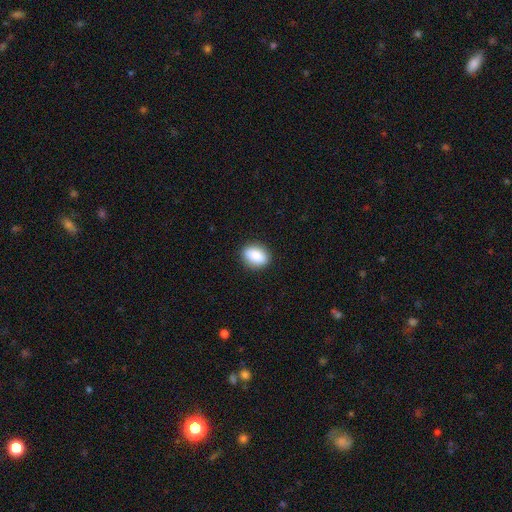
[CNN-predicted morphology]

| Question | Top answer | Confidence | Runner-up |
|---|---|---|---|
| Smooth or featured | smooth | 87% | star or artifact (7%) |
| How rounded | in between | 78% | round (20%) |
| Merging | none | 89% | minor disturbance (8%) |